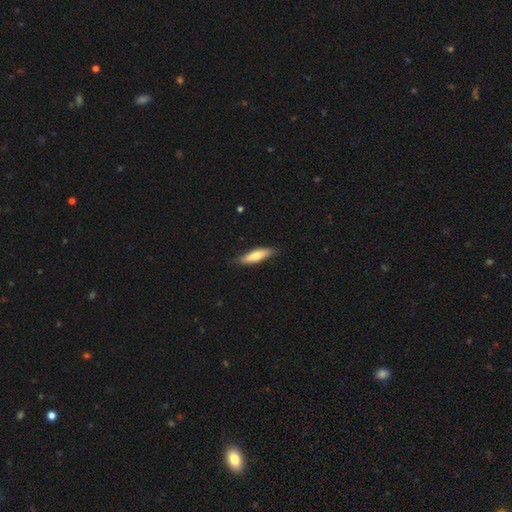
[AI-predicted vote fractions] smooth_or_featured: smooth (p=0.71) [alt: featured or disk p=0.24]
how_rounded: cigar-shaped (p=0.62) [alt: in between p=0.37]
merging: none (p=0.83) [alt: minor disturbance p=0.13]